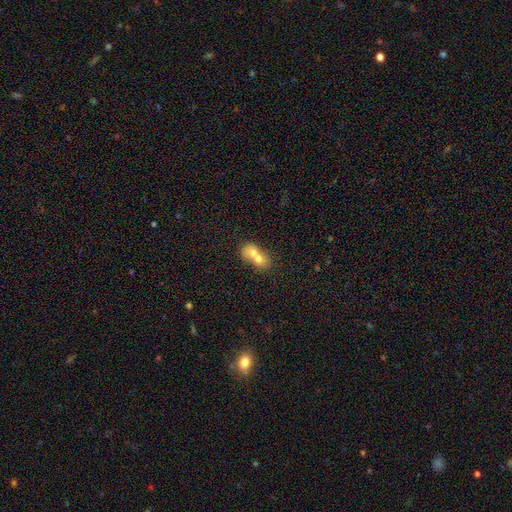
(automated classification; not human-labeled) This is likely a smooth galaxy (67%). How rounded: possibly in between (51%). Merging: likely merger (76%).